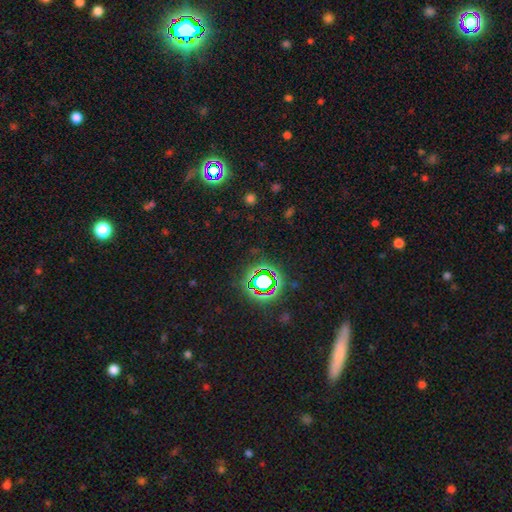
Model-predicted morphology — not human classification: A star or artifact, not a galaxy (74%).

Vote fractions:
- Smooth or featured? star or artifact: 74% / smooth: 16% / featured or disk: 10%